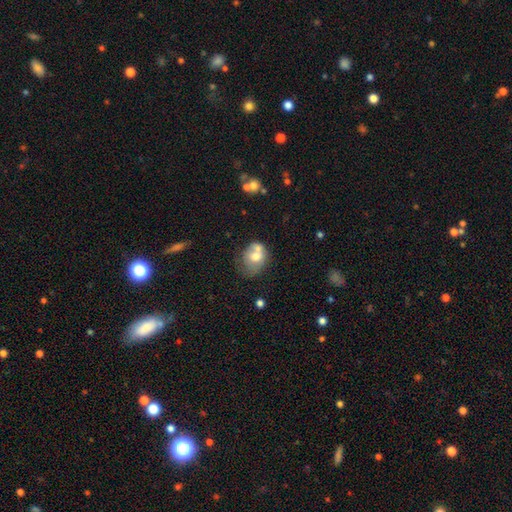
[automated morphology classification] smooth 63%, featured or disk 28%, star or artifact 9%. Down the decision tree: how rounded — in between (53%); merging — merger (37%).